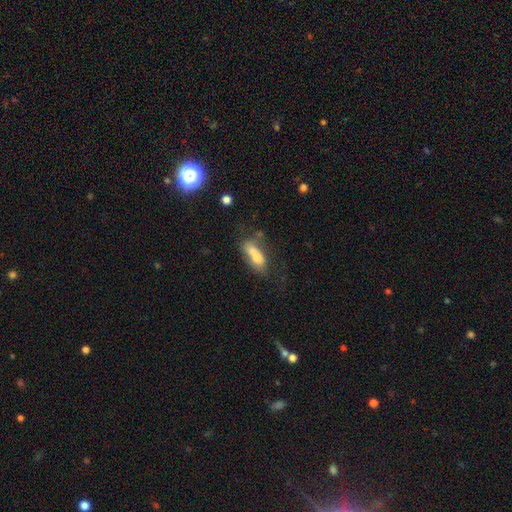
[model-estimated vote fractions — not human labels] Morphology: type=smooth (66%); roundness=in between (74%); merging=merger (35%).